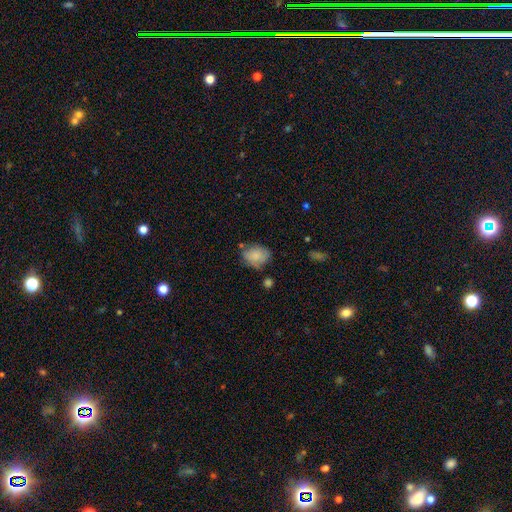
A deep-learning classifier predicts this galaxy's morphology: Smooth or featured: smooth — 77% (featured or disk — 15%)
How rounded: in between — 57% (round — 42%)
Merging: none — 57% (minor disturbance — 27%)